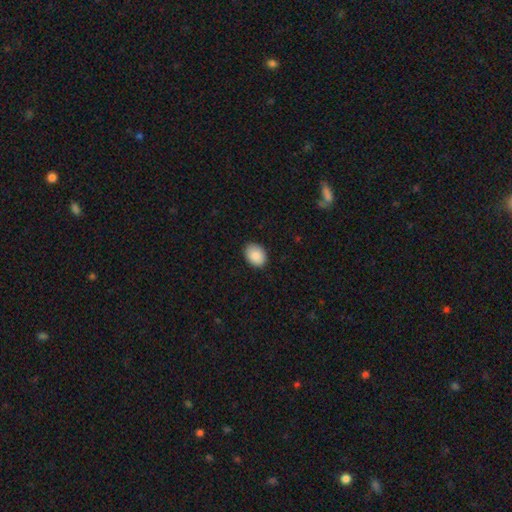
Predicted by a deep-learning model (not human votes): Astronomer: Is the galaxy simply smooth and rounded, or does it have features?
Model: smooth — 89%.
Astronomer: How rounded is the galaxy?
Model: in between — 72%.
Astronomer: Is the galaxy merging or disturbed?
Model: none — 87%.